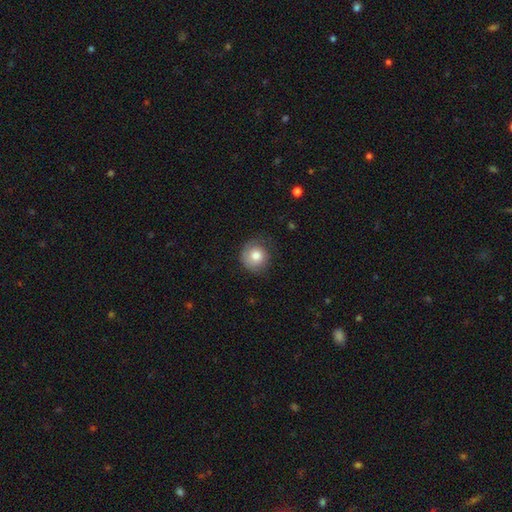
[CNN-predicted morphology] smooth 76%, featured or disk 17%, star or artifact 7%. Down the decision tree: how rounded — round (90%); merging — none (70%).